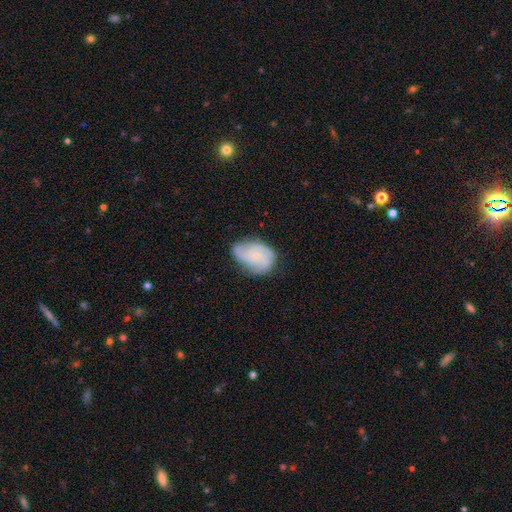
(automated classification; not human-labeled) featured or disk 71%, smooth 22%, star or artifact 7%. Down the decision tree: edge-on disk — no (98%); bar — no (72%); spiral arms — yes (93%); spiral arm count — 3 (41%); spiral winding — tight (47%); bulge size — small (73%); merging — none (61%).